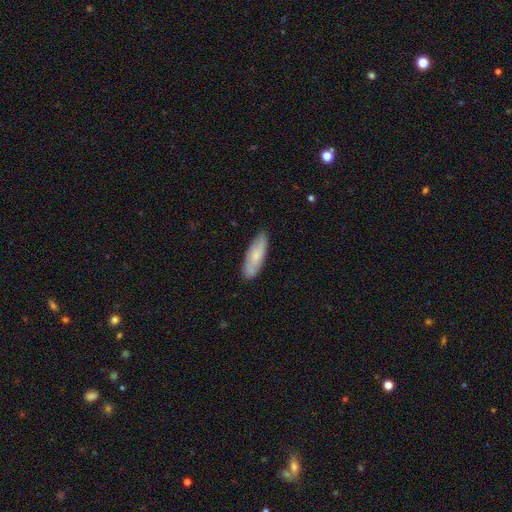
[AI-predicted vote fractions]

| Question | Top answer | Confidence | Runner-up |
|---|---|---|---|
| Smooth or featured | smooth | 67% | featured or disk (27%) |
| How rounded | in between | 54% | cigar-shaped (44%) |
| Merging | none | 80% | minor disturbance (15%) |